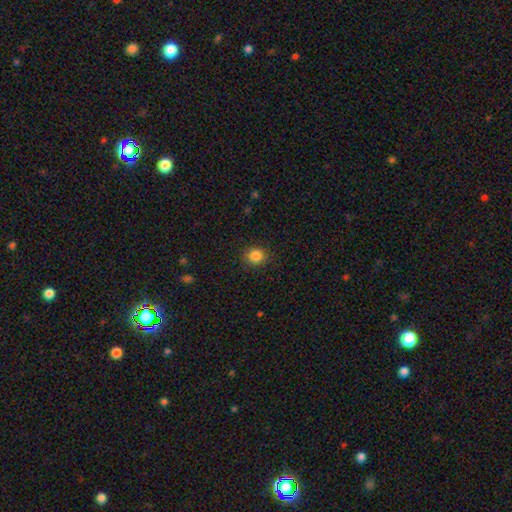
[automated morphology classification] smooth-or-featured: smooth: 85% | star or artifact: 11% | featured or disk: 4%
  how-rounded: round: 87% | in between: 12% | cigar-shaped: 1%
  merging: none: 89% | minor disturbance: 8% | major disturbance: 3% | merger: 1%